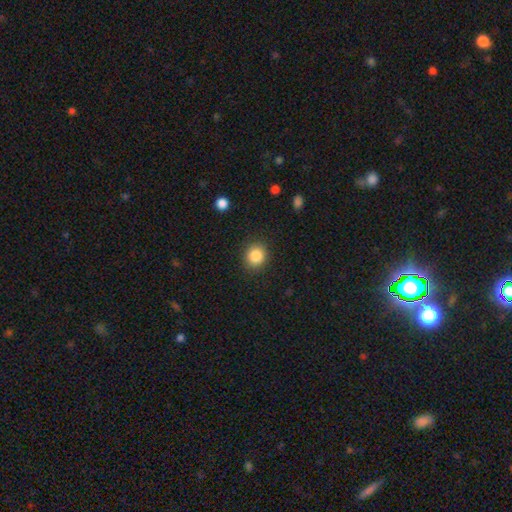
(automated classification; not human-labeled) The model was most divided on "how rounded": round: 81%, in between: 18%, cigar-shaped: 1%. More confident: merging — none (89%); smooth or featured — smooth (86%).